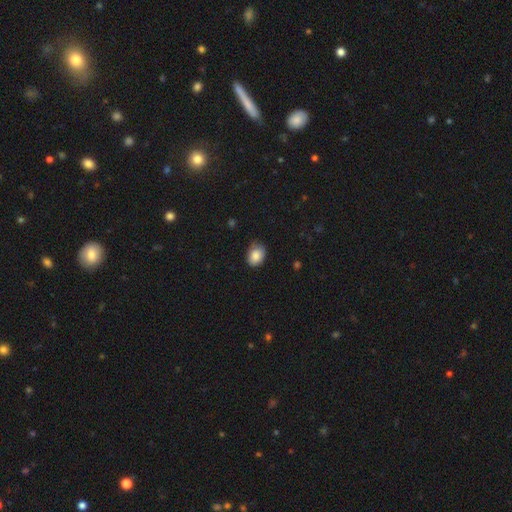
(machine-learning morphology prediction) This is clearly a smooth galaxy (86%). How rounded: likely in between (70%). Merging: likely none (68%).